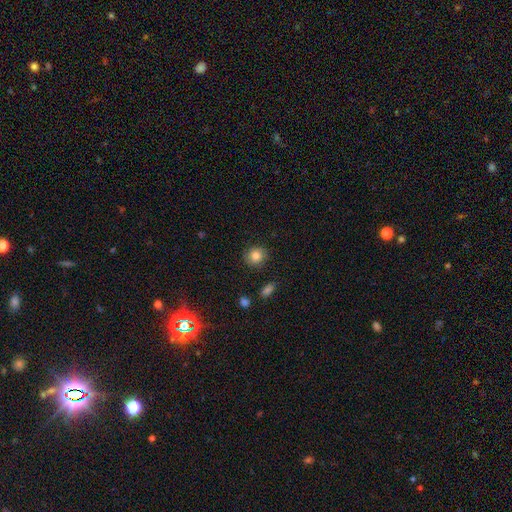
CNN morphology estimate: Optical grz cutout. It shows a smooth galaxy with no disk features (82%) that is round (82%). Merging: none (86%).